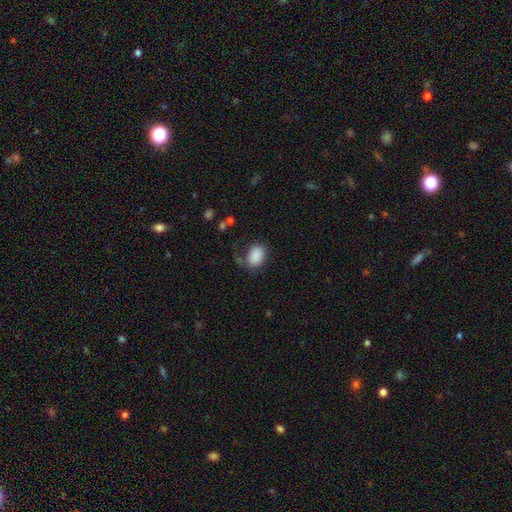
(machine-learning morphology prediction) A smooth galaxy with no disk features (88%) that is in between round and cigar-shaped (78%). Merging: none (66%).